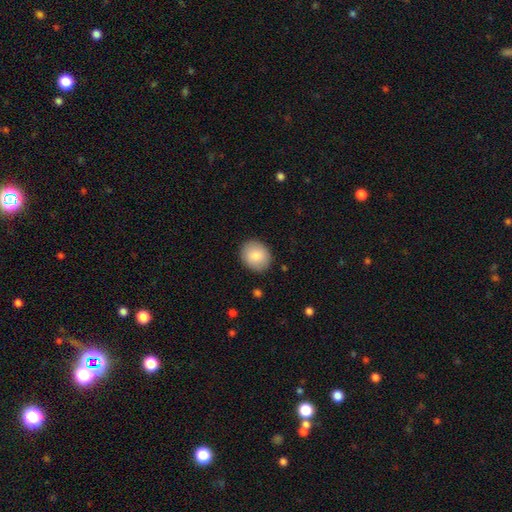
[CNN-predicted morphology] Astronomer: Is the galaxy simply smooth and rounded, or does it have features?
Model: smooth — 83%.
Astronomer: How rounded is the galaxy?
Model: round — 67%.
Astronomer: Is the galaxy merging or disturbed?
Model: none — 88%.